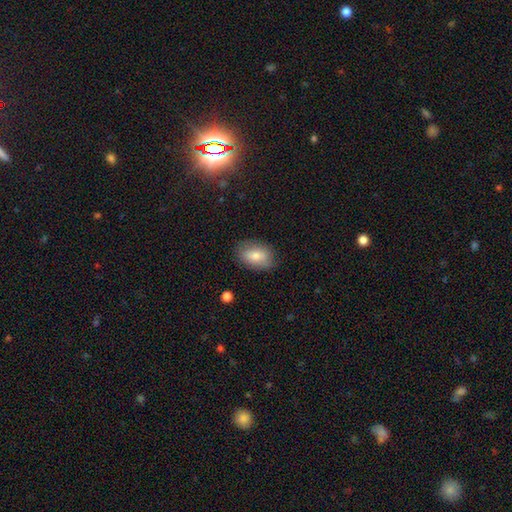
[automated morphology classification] This appears to be a smooth galaxy with no disk features (75%) that is in between round and cigar-shaped (87%). Merging: none (82%).